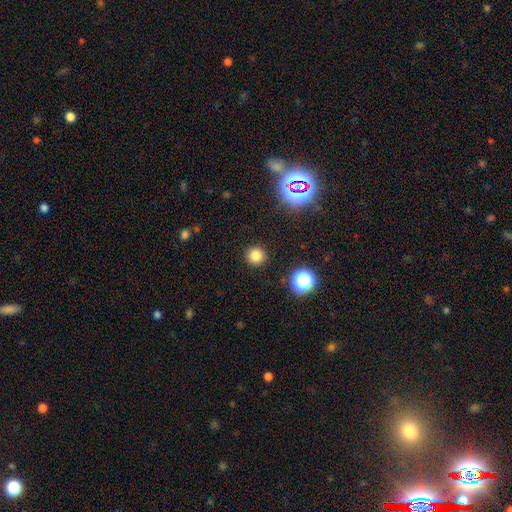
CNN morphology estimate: Smooth or featured: smooth — 79% (star or artifact — 16%)
How rounded: round — 94% (in between — 5%)
Merging: none — 91% (minor disturbance — 5%)